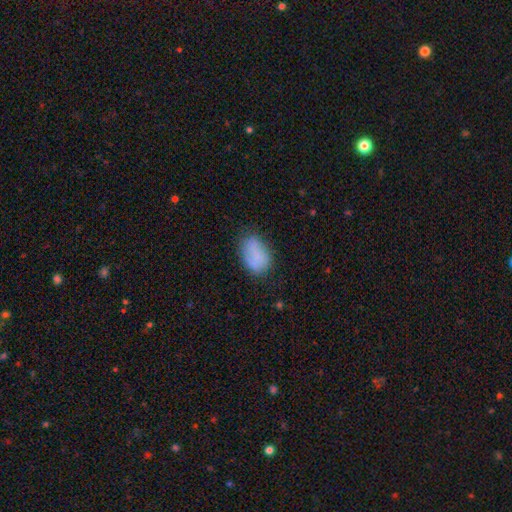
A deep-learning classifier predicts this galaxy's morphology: type=smooth (77%); roundness=in between (87%); merging=none (59%).